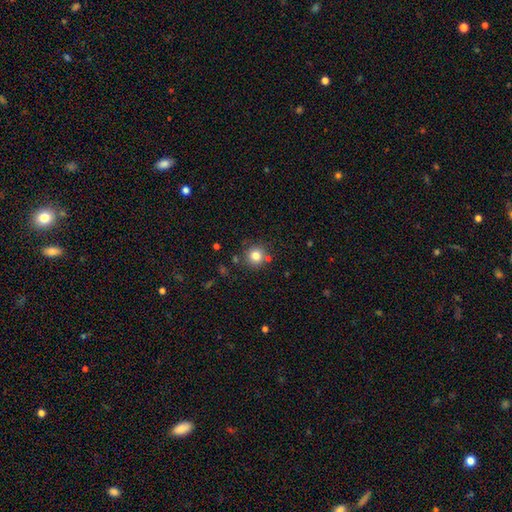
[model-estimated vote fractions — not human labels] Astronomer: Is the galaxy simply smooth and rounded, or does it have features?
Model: smooth — 80%.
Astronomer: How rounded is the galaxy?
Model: round — 93%.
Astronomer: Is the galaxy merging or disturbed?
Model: none — 80%.